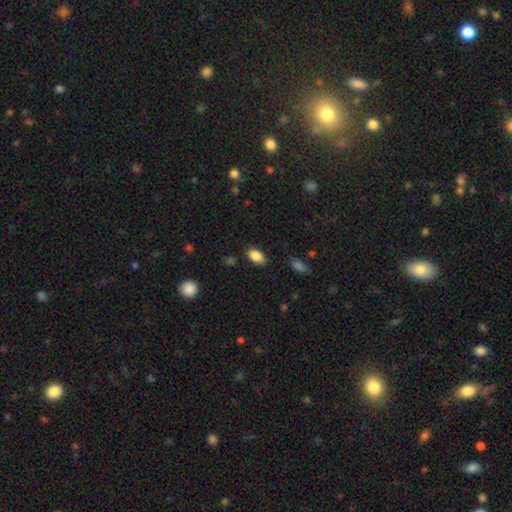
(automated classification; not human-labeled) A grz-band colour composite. It shows a smooth galaxy with no disk features (86%) that is in between round and cigar-shaped (91%). Merging: none (83%).